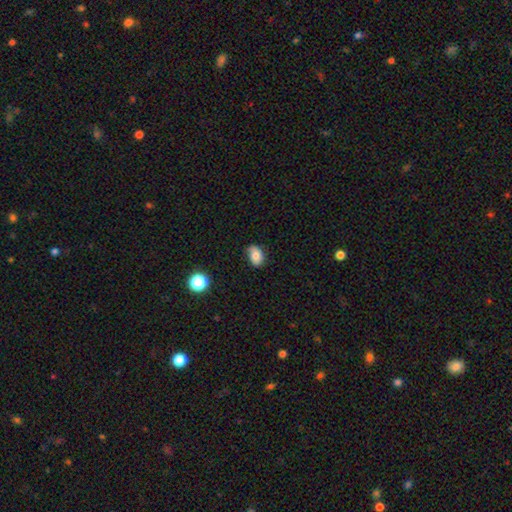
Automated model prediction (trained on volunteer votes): smooth 77%, featured or disk 13%, star or artifact 10%. Down the decision tree: how rounded — in between (82%); merging — none (65%).